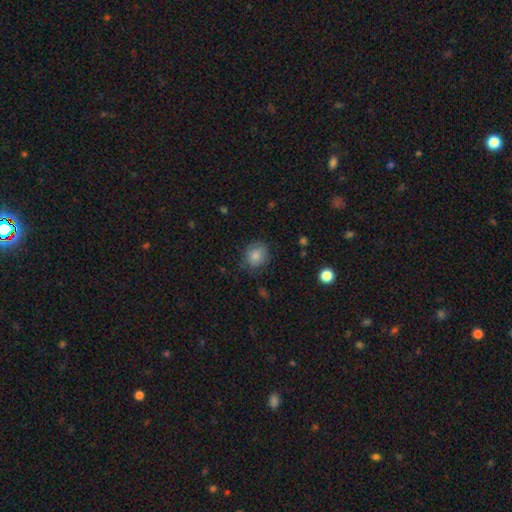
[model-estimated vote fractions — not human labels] smooth 82%, featured or disk 9%, star or artifact 9%. Down the decision tree: how rounded — round (74%); merging — none (72%).